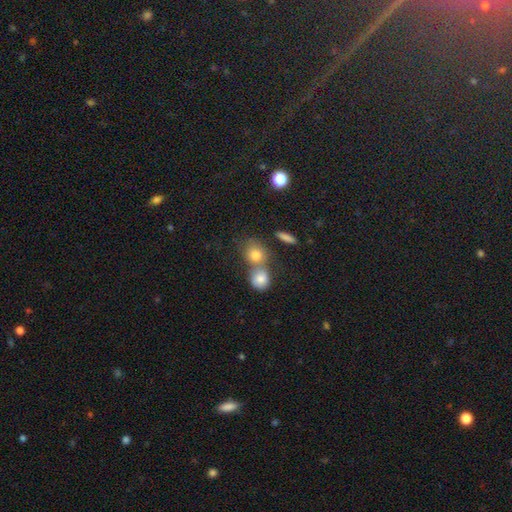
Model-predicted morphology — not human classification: Q: Smooth or featured?
A: smooth (74%); runner-up: star or artifact (14%)
Q: How rounded?
A: round (73%); runner-up: in between (25%)
Q: Merging?
A: merger (46%); runner-up: none (42%)